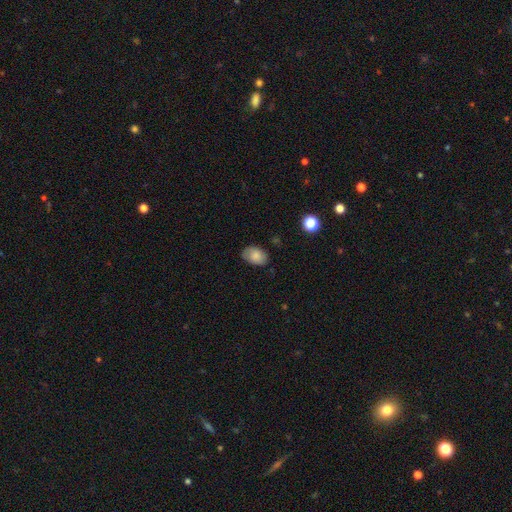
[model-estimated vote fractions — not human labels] This is clearly a smooth galaxy (82%). How rounded: clearly in between (83%). Merging: likely none (73%).